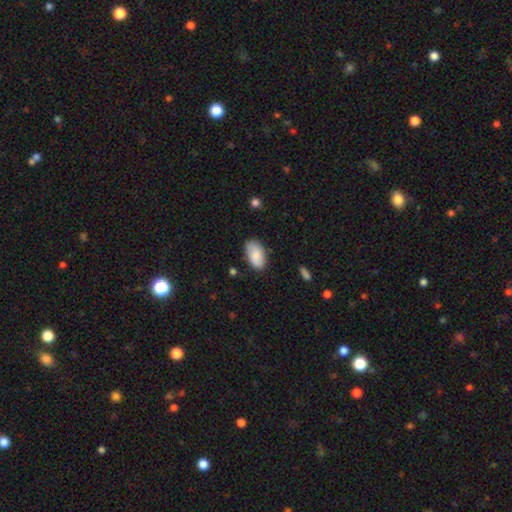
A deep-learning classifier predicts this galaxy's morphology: Smooth or featured?
  - smooth: 83% *
  - featured or disk: 11%
  - star or artifact: 6%
How rounded?
  - in between: 95% *
  - round: 3%
  - cigar-shaped: 2%
Merging?
  - none: 75% *
  - minor disturbance: 19%
  - major disturbance: 4%
  - merger: 2%